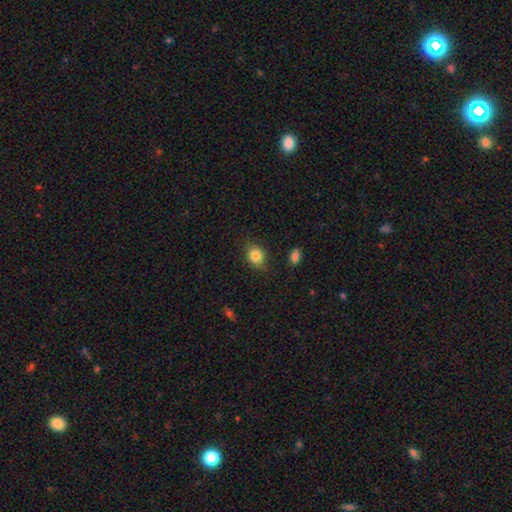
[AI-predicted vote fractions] A smooth galaxy with no disk features (83%) that is in between round and cigar-shaped (50%). Merging: none (78%).